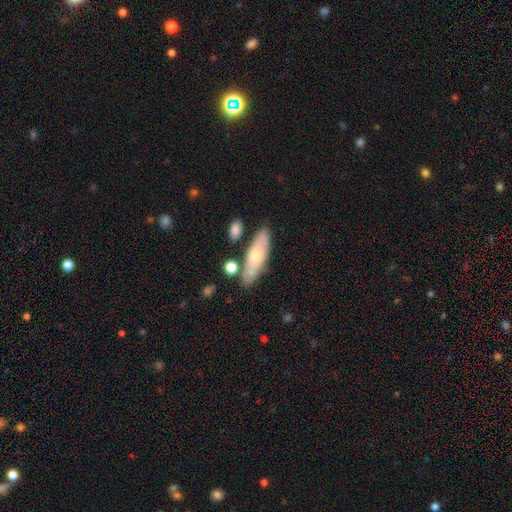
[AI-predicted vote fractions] This is likely a smooth galaxy (62%). How rounded: possibly cigar-shaped (51%). Merging: likely none (79%).